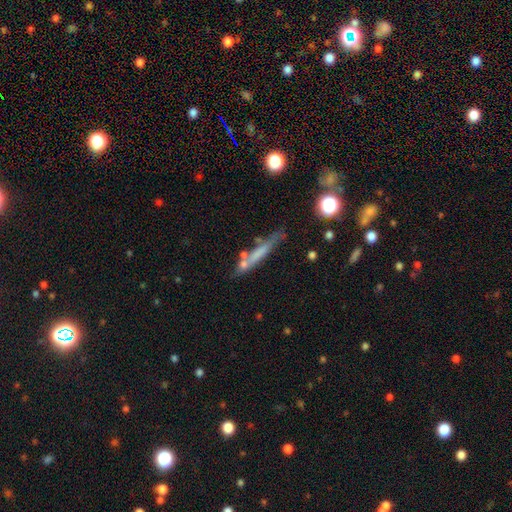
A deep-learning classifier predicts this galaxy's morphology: Smooth or featured?
  - smooth: 52% *
  - featured or disk: 38%
  - star or artifact: 10%
How rounded?
  - cigar-shaped: 90% *
  - in between: 7%
  - round: 3%
Merging?
  - none: 63% *
  - minor disturbance: 18%
  - merger: 12%
  - major disturbance: 7%